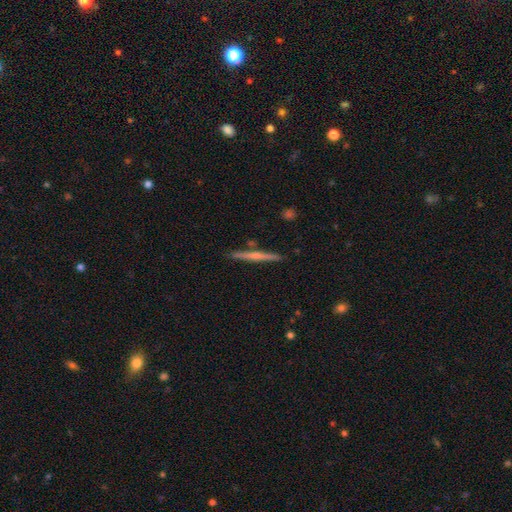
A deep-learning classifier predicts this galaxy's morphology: The model was most divided on "smooth or featured": featured or disk: 55%, smooth: 39%, star or artifact: 6%. More confident: edge-on disk — yes (98%); merging — none (88%); edge-on bulge — none (59%).